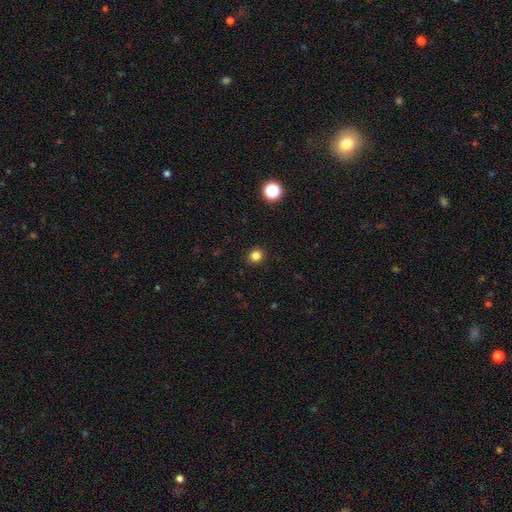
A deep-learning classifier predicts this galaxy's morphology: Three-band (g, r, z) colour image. It shows a smooth galaxy with no disk features (82%) that is round (85%). Merging: none (91%).